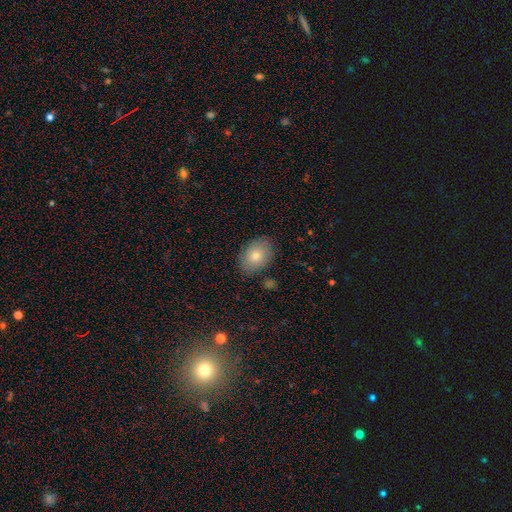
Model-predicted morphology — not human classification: A smooth galaxy with no disk features (78%) that is in between round and cigar-shaped (80%). Merging: none (83%).